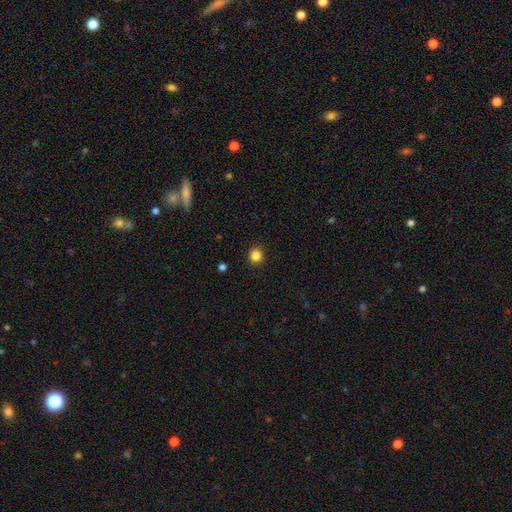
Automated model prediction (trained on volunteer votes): Smooth or featured?
  - smooth: 84% *
  - star or artifact: 12%
  - featured or disk: 4%
How rounded?
  - round: 91% *
  - in between: 8%
  - cigar-shaped: 1%
Merging?
  - none: 92% *
  - minor disturbance: 5%
  - major disturbance: 2%
  - merger: 1%